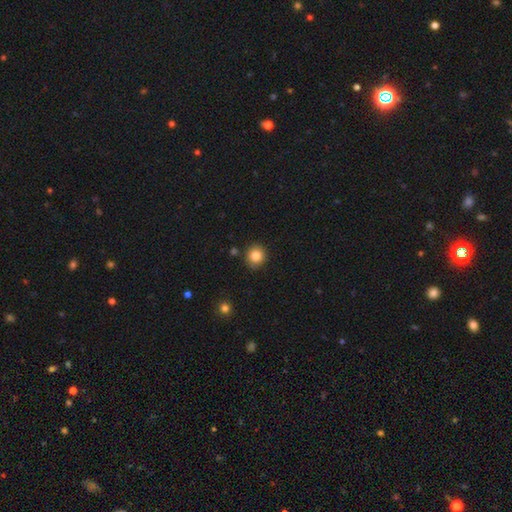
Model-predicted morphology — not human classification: Overall: smooth (85%). How rounded: round (87%). Merging: none (88%).